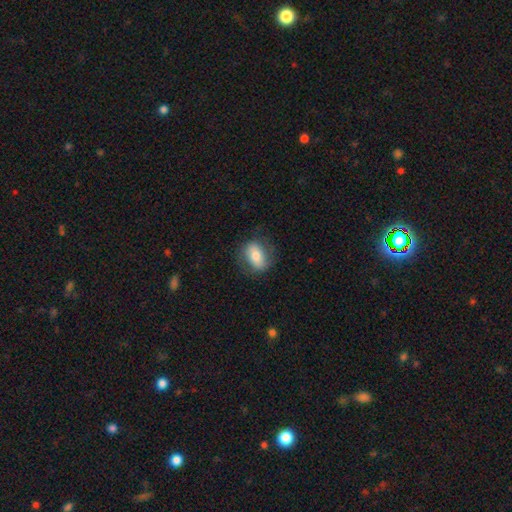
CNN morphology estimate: Smooth or featured?
  - smooth: 65% *
  - featured or disk: 28%
  - star or artifact: 8%
How rounded?
  - in between: 71% *
  - round: 26%
  - cigar-shaped: 3%
Merging?
  - none: 77% *
  - minor disturbance: 16%
  - major disturbance: 6%
  - merger: 1%